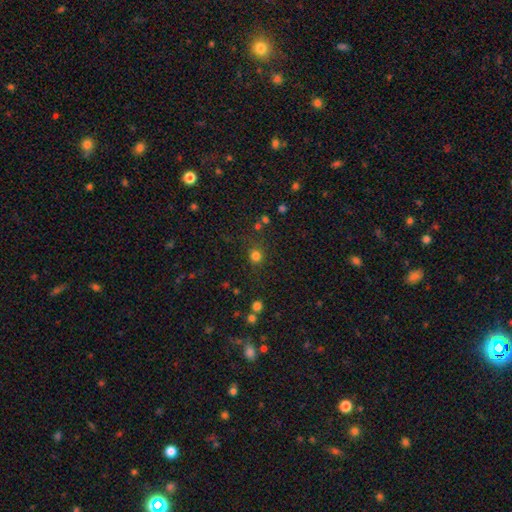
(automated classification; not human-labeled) Morphology: type=smooth (78%); roundness=round (89%); merging=none (79%).